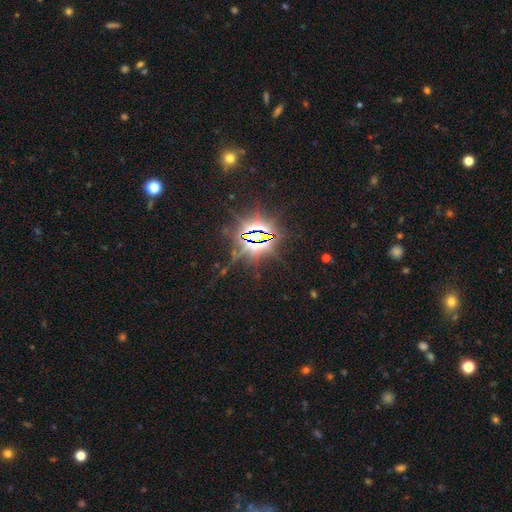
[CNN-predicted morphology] Smooth or featured: star or artifact — 84% (featured or disk — 9%)